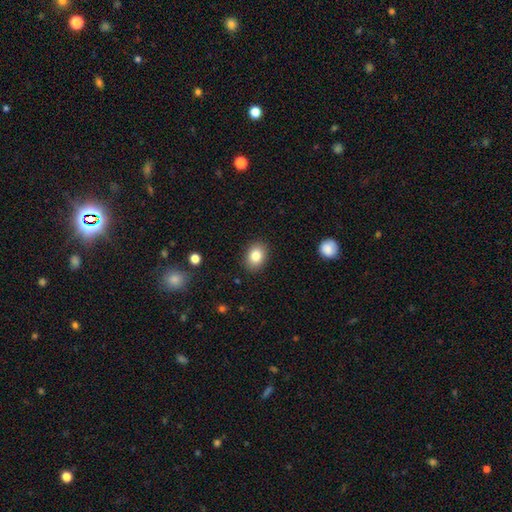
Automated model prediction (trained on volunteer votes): A smooth galaxy with no disk features (84%) that is in between round and cigar-shaped (64%). Merging: none (88%).